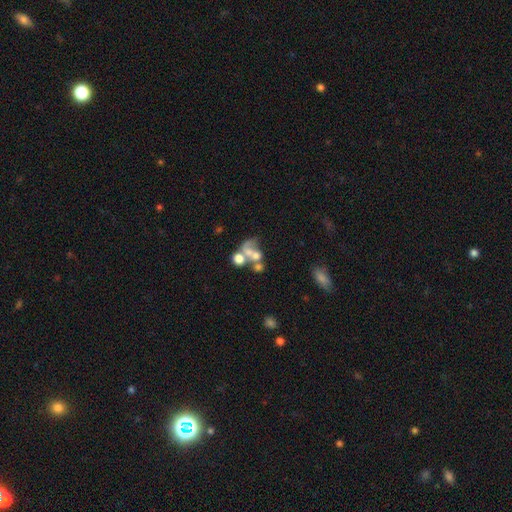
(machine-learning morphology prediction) Smooth or featured? Predicted: featured or disk (p=0.42). Merging? Predicted: merger (p=0.52).